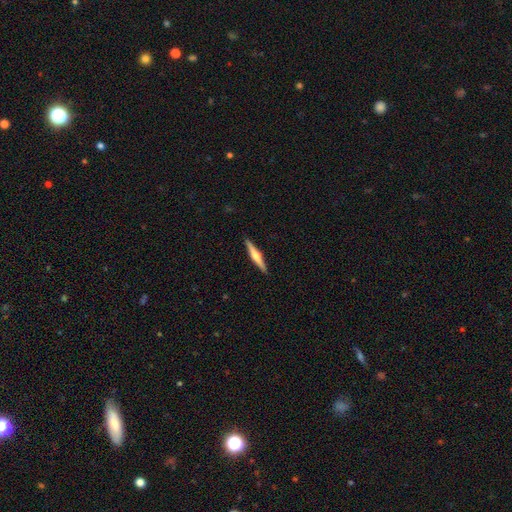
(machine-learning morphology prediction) featured or disk 58%, smooth 37%, star or artifact 5%. Down the decision tree: edge-on disk — yes (98%); edge-on bulge — rounded (78%); merging — none (91%).